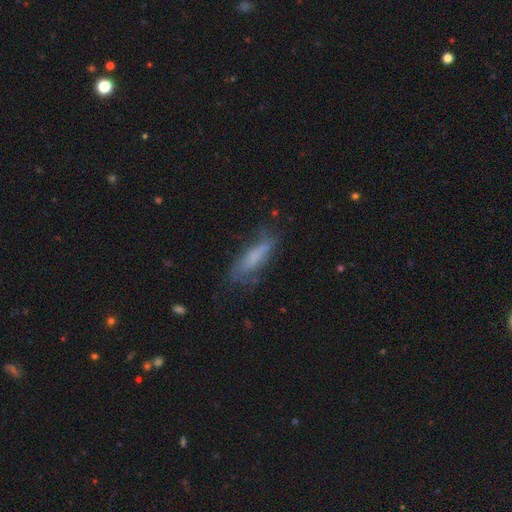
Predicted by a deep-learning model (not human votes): A smooth galaxy with no disk features (59%) that is cigar-shaped (57%).

Vote fractions:
- Smooth or featured? smooth: 59% / featured or disk: 32% / star or artifact: 9%
- How rounded? cigar-shaped: 57% / in between: 41% / round: 2%
- Merging? none: 58% / minor disturbance: 27% / major disturbance: 13% / merger: 3%